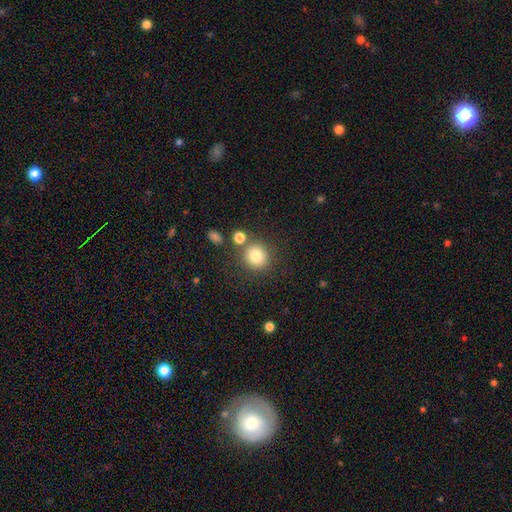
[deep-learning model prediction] A smooth galaxy with no disk features (81%) that is round (91%).

Vote fractions:
- Smooth or featured? smooth: 81% / star or artifact: 11% / featured or disk: 8%
- How rounded? round: 91% / in between: 8% / cigar-shaped: 1%
- Merging? none: 77% / merger: 11% / minor disturbance: 9% / major disturbance: 3%